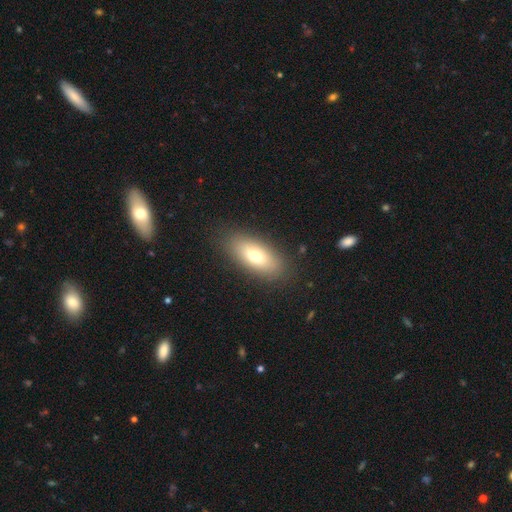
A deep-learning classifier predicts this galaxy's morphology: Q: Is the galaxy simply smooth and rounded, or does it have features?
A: smooth — 72%.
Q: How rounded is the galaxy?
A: in between — 84%.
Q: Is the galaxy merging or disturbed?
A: none — 87%.